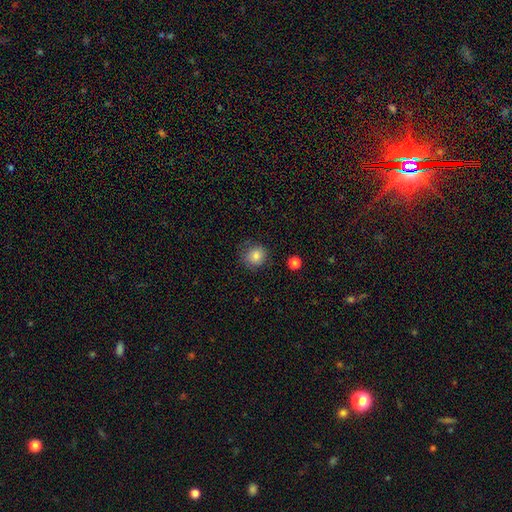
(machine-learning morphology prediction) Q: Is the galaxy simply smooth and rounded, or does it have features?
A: smooth — 82%.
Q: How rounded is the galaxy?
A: round — 86%.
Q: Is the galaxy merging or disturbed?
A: none — 79%.